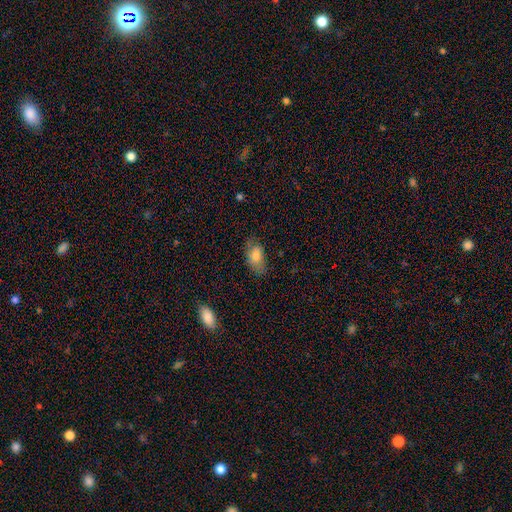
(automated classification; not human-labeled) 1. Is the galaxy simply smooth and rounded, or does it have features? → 78% smooth, 15% featured or disk, 8% star or artifact.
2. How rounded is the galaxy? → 90% in between, 5% cigar-shaped, 5% round.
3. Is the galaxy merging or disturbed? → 66% none, 24% minor disturbance, 8% major disturbance, 2% merger.